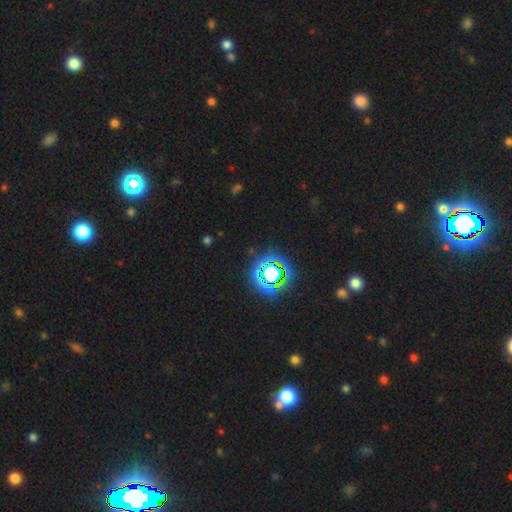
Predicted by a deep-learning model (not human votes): A star or artifact, not a galaxy (79%).